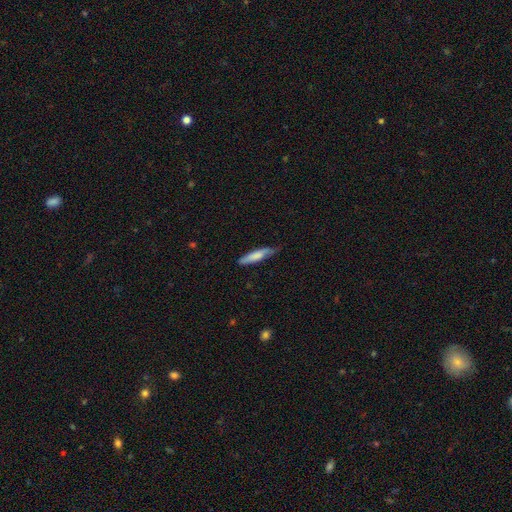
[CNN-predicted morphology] Smooth or featured: smooth — 75% (featured or disk — 20%)
How rounded: cigar-shaped — 82% (in between — 17%)
Merging: none — 70% (minor disturbance — 25%)